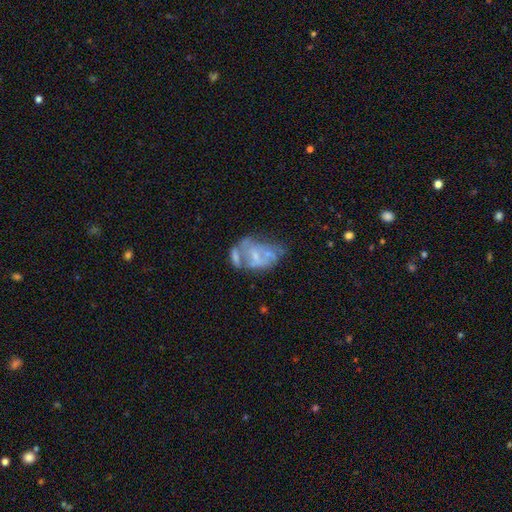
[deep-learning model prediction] Overall: featured or disk (66%). Edge-on disk: no (97%). Bar: no (69%). Spiral arms: no (63%; yes 37%). Bulge size: small (51%; none 23%). Merging: merger (40%; major disturbance 23%).